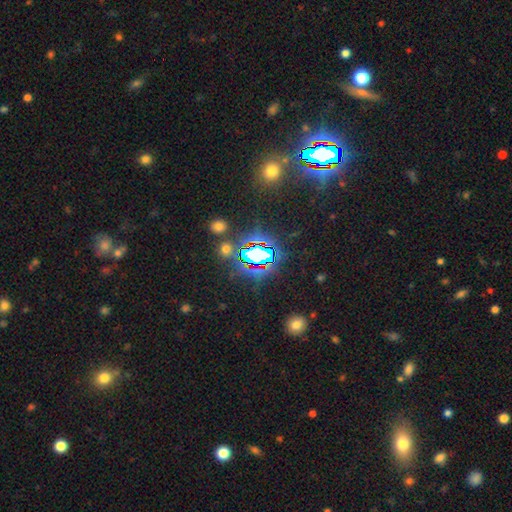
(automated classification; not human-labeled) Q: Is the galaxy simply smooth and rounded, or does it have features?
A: star or artifact — 75%.